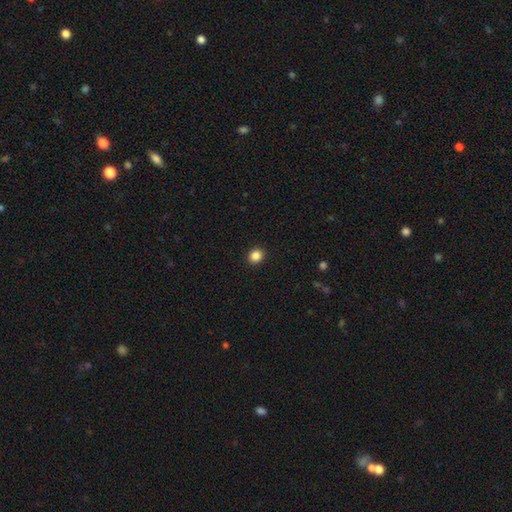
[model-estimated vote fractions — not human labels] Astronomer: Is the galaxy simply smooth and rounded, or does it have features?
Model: smooth — 86%.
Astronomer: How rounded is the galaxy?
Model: round — 79%.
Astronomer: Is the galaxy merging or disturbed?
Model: none — 92%.